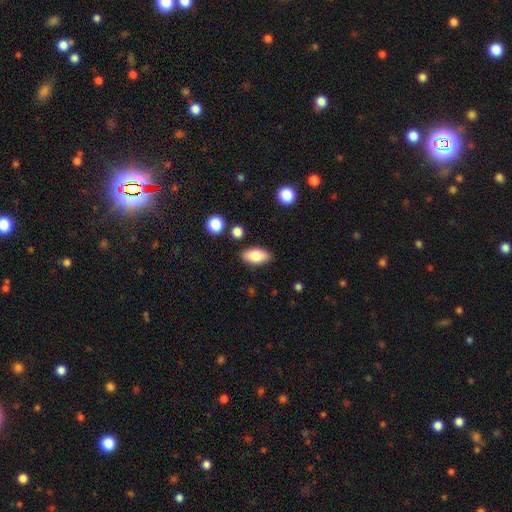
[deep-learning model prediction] A smooth galaxy with no disk features (81%) that is in between round and cigar-shaped (91%). Merging: none (84%).